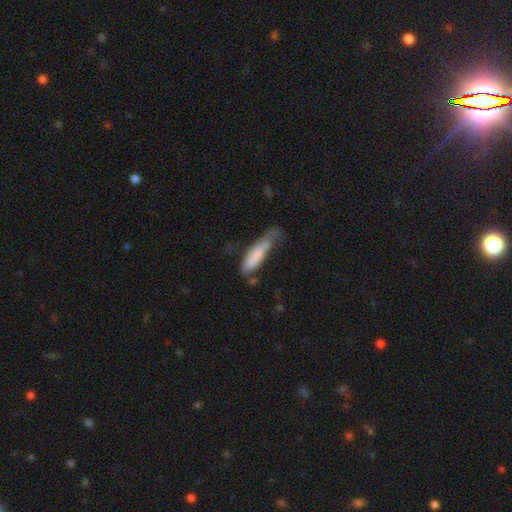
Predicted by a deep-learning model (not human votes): A smooth galaxy with no disk features (76%) that is cigar-shaped (70%). Merging: minor disturbance (34%).